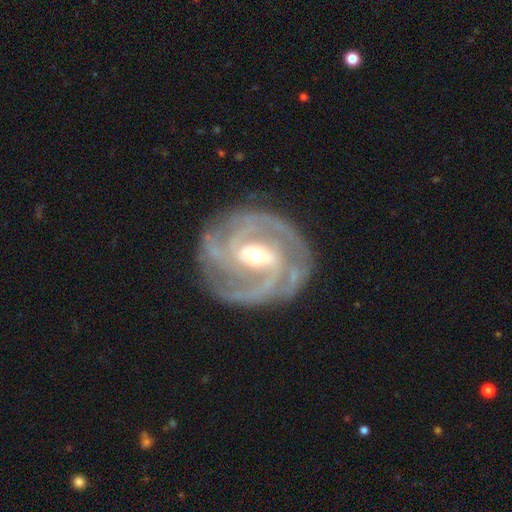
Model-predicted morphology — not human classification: smooth-or-featured: featured or disk: 92% | star or artifact: 4% | smooth: 4%
  disk-edge-on: no: 97% | yes: 3%
    bar: weak: 45% | strong: 40% | no: 14%
    has-spiral-arms: yes: 98% | no: 2%
      spiral-winding: tight: 58% | medium: 36% | loose: 6%
      spiral-arm-count: 2: 38% | 3: 33% | can't tell: 10% | 4: 10% | more than 4: 5% | 1: 5%
    bulge-size: moderate: 59% | small: 35% | large: 4% | none: 1% | dominant: 1%
  merging: none: 80% | minor disturbance: 14% | major disturbance: 5% | merger: 1%